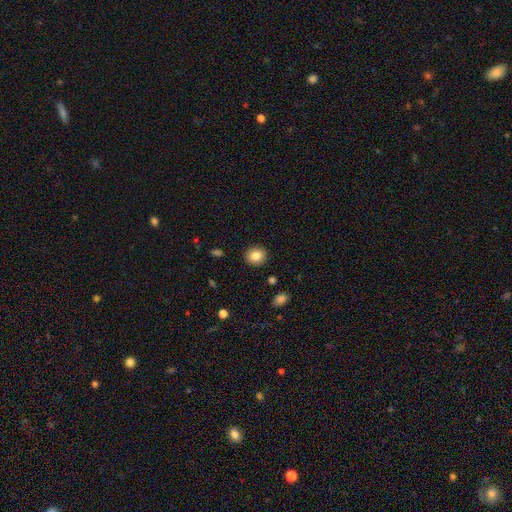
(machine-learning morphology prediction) This is clearly a smooth galaxy (84%). How rounded: clearly round (82%). Merging: clearly none (91%).